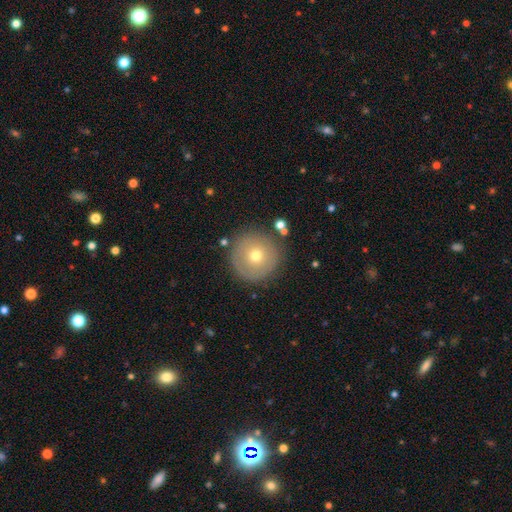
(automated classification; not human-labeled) Smooth or featured?
  - smooth: 63% *
  - featured or disk: 26%
  - star or artifact: 11%
How rounded?
  - round: 96% *
  - in between: 3%
  - cigar-shaped: 1%
Merging?
  - none: 85% *
  - minor disturbance: 9%
  - major disturbance: 3%
  - merger: 3%